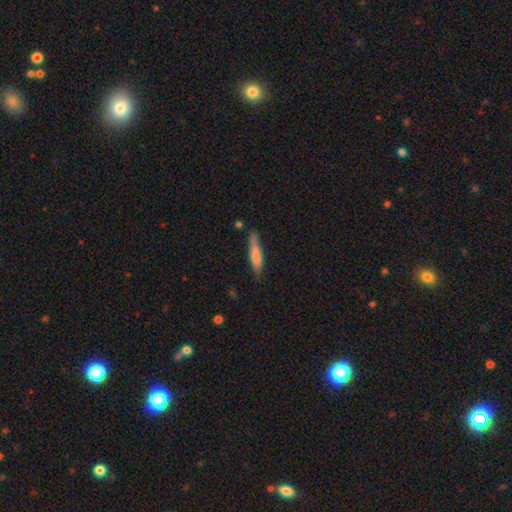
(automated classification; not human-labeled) Smooth or featured: smooth — 72% (featured or disk — 22%)
How rounded: cigar-shaped — 84% (in between — 15%)
Merging: none — 75% (minor disturbance — 19%)